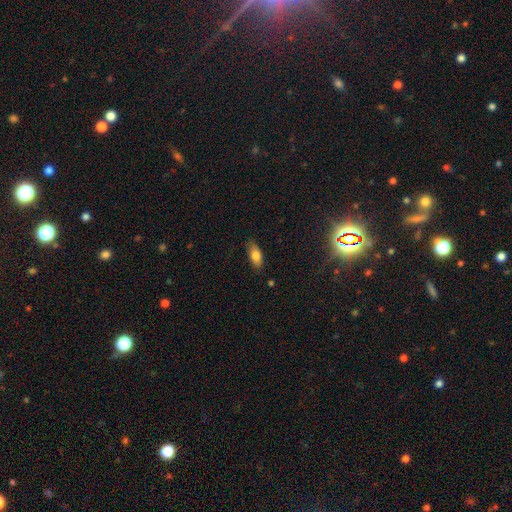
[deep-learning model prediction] Smooth or featured: smooth — 79% (featured or disk — 13%)
How rounded: in between — 84% (cigar-shaped — 12%)
Merging: none — 82% (minor disturbance — 14%)